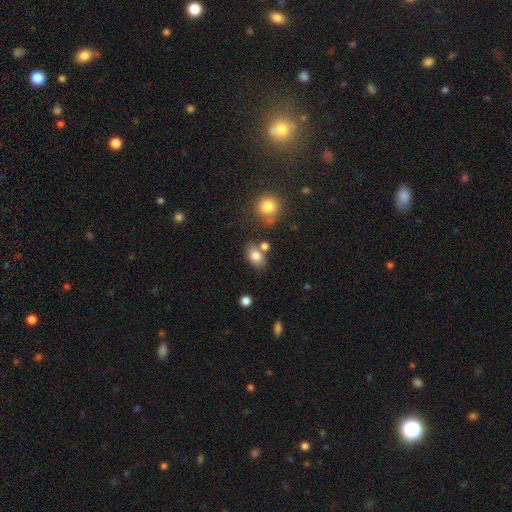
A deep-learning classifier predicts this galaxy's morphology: Overall: smooth (80%). How rounded: in between (79%). Merging: none (64%).